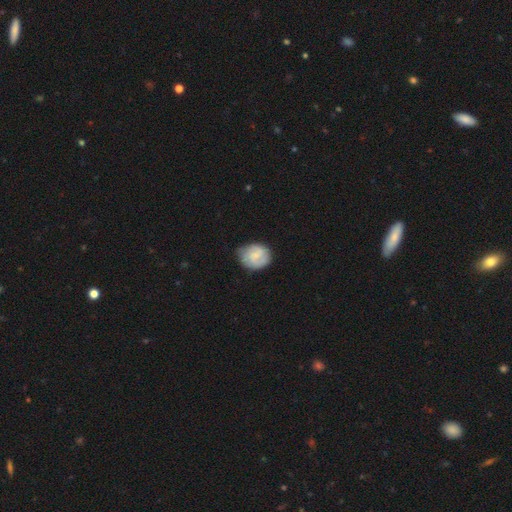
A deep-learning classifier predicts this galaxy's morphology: This is possibly a featured or disk galaxy (50%). Merging: likely none (70%).